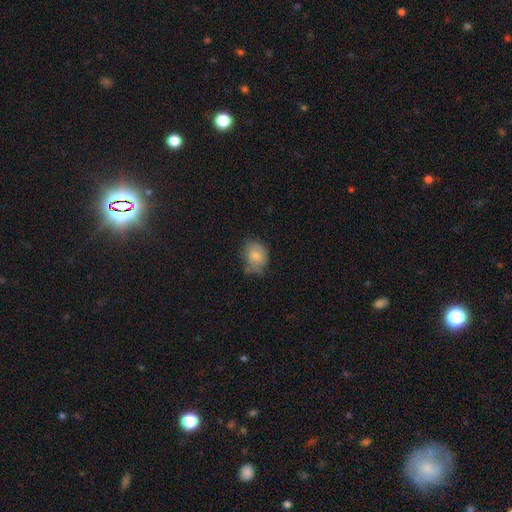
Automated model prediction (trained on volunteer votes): Morphology: type=smooth (76%); roundness=round (52%); merging=none (56%).